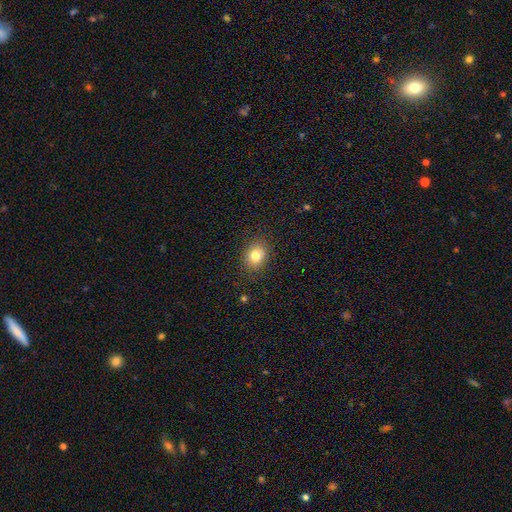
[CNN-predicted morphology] type=smooth (80%); roundness=round (53%); merging=none (87%).